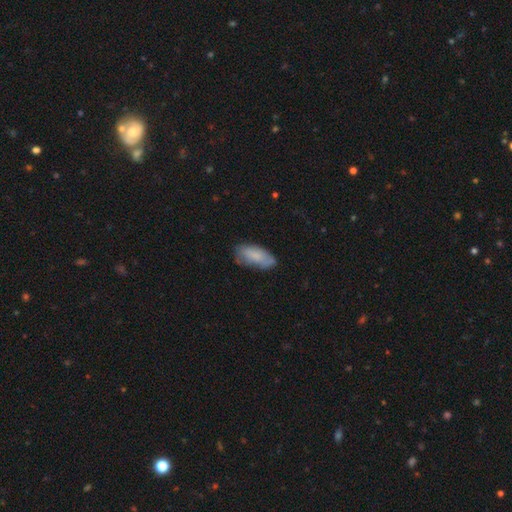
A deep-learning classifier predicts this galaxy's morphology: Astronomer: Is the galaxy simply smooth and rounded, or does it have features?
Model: smooth — 78%.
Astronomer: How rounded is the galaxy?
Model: in between — 85%.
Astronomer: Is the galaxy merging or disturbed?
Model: none — 65%.